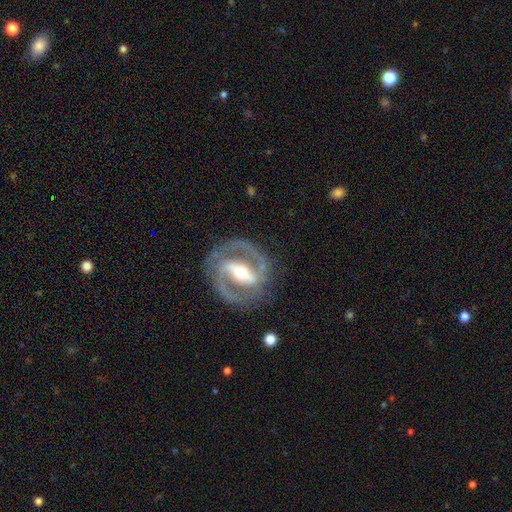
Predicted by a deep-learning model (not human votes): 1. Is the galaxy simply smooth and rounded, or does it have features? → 89% featured or disk, 5% smooth, 5% star or artifact.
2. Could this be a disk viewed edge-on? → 95% no, 5% yes.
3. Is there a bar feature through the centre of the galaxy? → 60% strong, 29% weak, 11% no.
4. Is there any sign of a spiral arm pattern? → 95% yes, 5% no.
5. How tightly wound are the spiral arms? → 46% tight (tied), 46% medium (tied), 8% loose.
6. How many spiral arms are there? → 90% 2, 3% can't tell, 2% 1, 2% 3, 1% 4, 1% more than 4.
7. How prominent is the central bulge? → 63% moderate, 25% small, 9% large, 1% dominant, 1% none.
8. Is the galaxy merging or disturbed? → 82% none, 12% minor disturbance, 5% major disturbance, 2% merger.